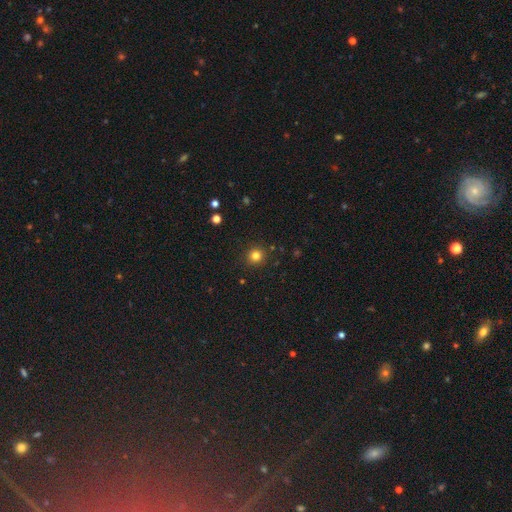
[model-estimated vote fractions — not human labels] Overall: smooth (81%). How rounded: round (93%). Merging: none (91%).